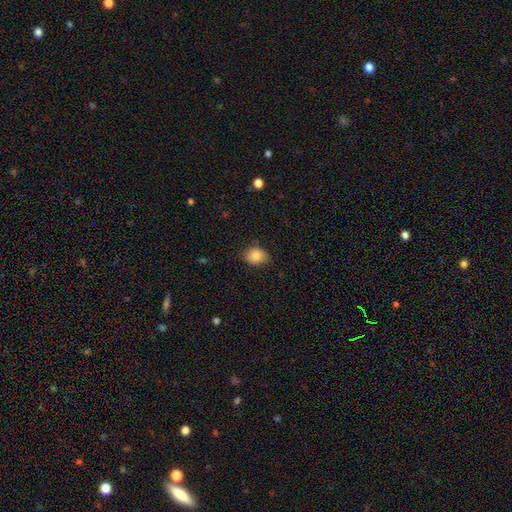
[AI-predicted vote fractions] smooth 84%, star or artifact 9%, featured or disk 7%. Down the decision tree: how rounded — in between (56%); merging — none (78%).